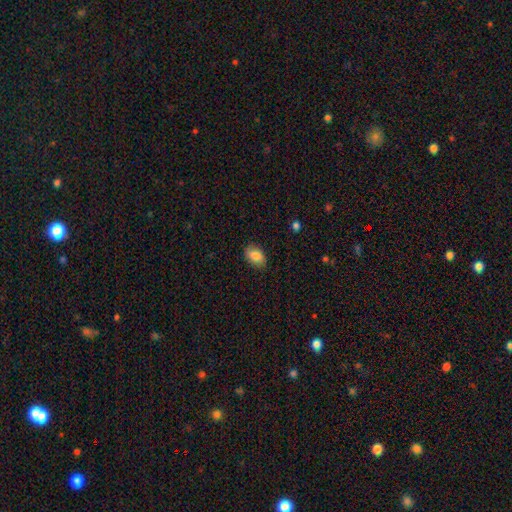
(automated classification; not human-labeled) A smooth galaxy with no disk features (84%) that is in between round and cigar-shaped (86%).

Vote fractions:
- Smooth or featured? smooth: 84% / featured or disk: 8% / star or artifact: 8%
- How rounded? in between: 86% / round: 13% / cigar-shaped: 2%
- Merging? none: 86% / minor disturbance: 11% / major disturbance: 2% / merger: 1%